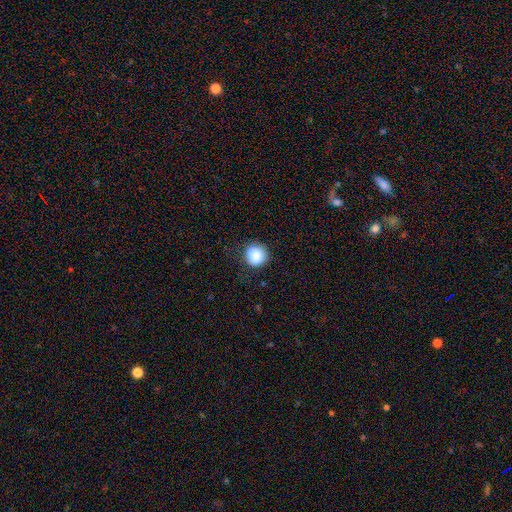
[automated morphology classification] Smooth or featured? smooth (87%)
How rounded? round (90%)
Merging? none (77%)